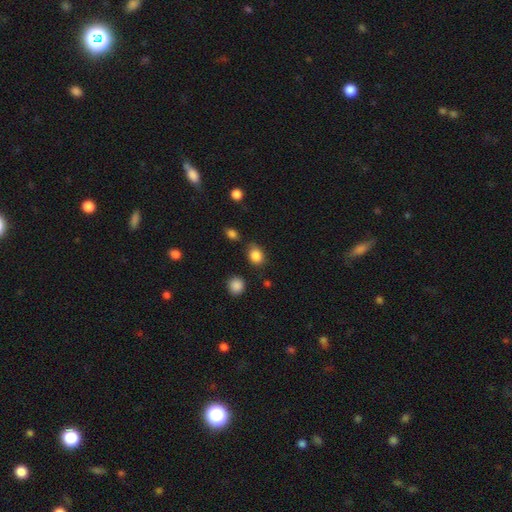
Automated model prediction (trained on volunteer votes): Smooth or featured? Predicted: smooth (p=0.85). How rounded? Predicted: in between (p=0.51). Merging? Predicted: none (p=0.71).